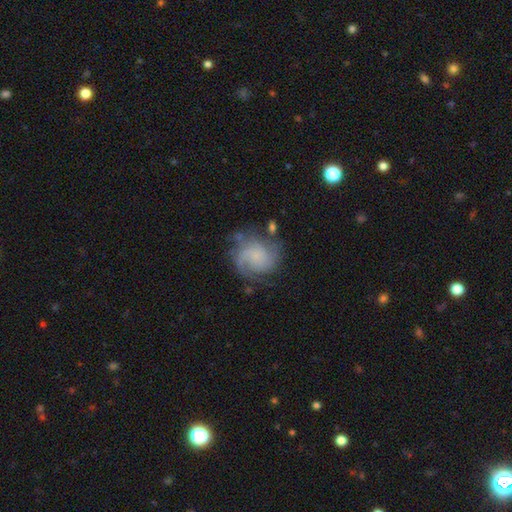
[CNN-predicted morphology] Smooth or featured? Predicted: featured or disk (p=0.69). Edge-on disk? Predicted: no (p=0.98). Bar? Predicted: no (p=0.72). Spiral arms? Predicted: yes (p=0.92). Spiral winding? Predicted: medium (p=0.41). Spiral arm count? Predicted: 2 (p=0.35). Bulge size? Predicted: small (p=0.45). Merging? Predicted: none (p=0.61).